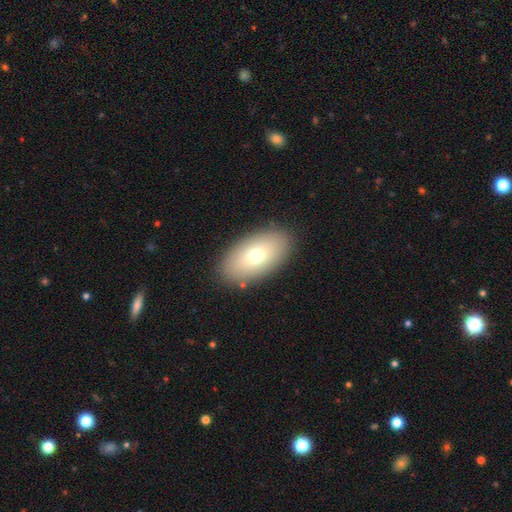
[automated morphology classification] smooth-or-featured: smooth: 72% | featured or disk: 20% | star or artifact: 9%
  how-rounded: in between: 93% | round: 5% | cigar-shaped: 2%
  merging: none: 88% | minor disturbance: 8% | major disturbance: 3% | merger: 1%